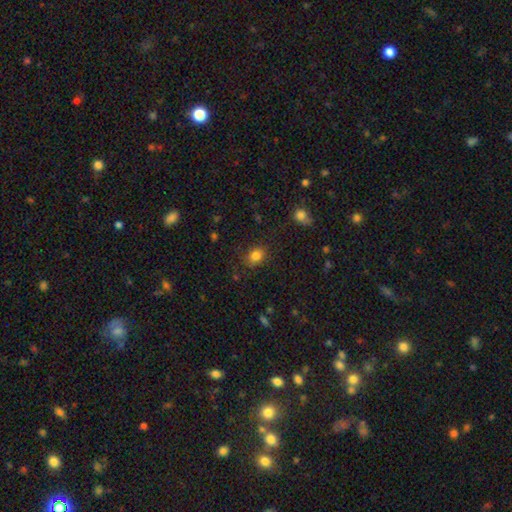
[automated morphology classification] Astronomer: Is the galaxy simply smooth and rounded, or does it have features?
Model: smooth — 82%.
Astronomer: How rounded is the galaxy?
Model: in between — 62%.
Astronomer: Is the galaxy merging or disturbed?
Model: none — 78%.